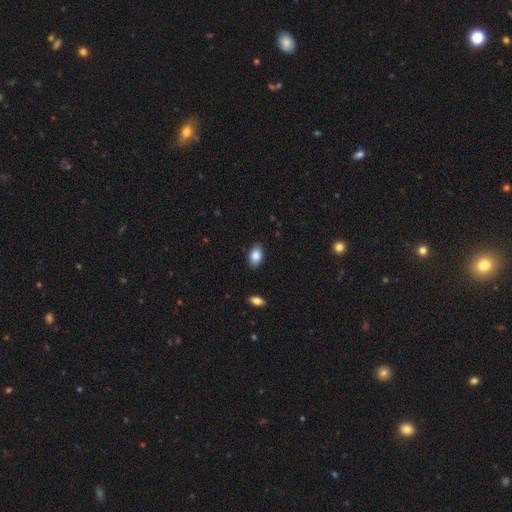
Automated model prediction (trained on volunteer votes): Smooth or featured: smooth — 86% (star or artifact — 8%)
How rounded: in between — 88% (round — 11%)
Merging: none — 86% (minor disturbance — 11%)